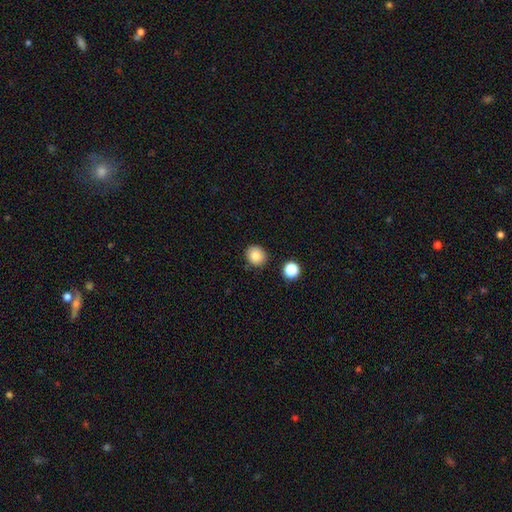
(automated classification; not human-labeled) Smooth or featured? Predicted: smooth (p=0.84). How rounded? Predicted: round (p=0.78). Merging? Predicted: none (p=0.84).